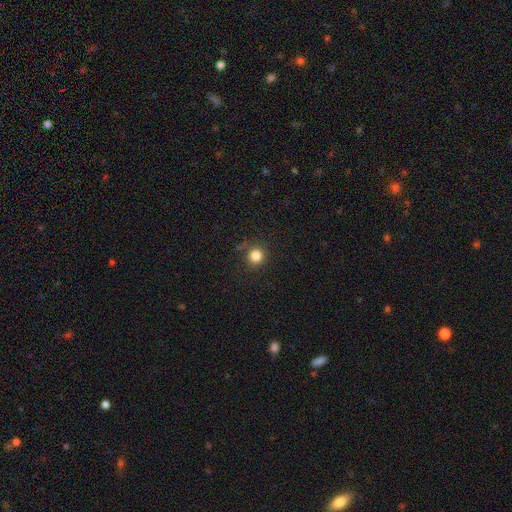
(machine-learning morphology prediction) type=smooth (83%); roundness=round (92%); merging=none (85%).